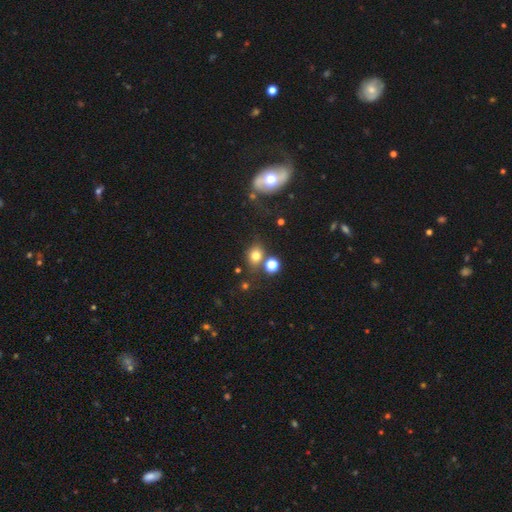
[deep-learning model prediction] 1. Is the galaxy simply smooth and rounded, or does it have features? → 73% smooth, 17% star or artifact, 10% featured or disk.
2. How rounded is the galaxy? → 57% round, 42% in between, 1% cigar-shaped.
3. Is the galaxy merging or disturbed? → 68% none, 14% minor disturbance, 13% merger, 6% major disturbance.